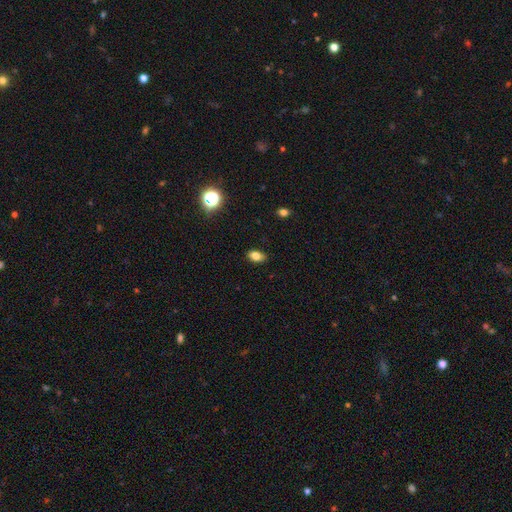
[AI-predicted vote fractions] A smooth galaxy with no disk features (80%) that is in between round and cigar-shaped (86%).

Vote fractions:
- Smooth or featured? smooth: 80% / star or artifact: 12% / featured or disk: 9%
- How rounded? in between: 86% / round: 11% / cigar-shaped: 2%
- Merging? none: 87% / minor disturbance: 10% / major disturbance: 2% / merger: 1%